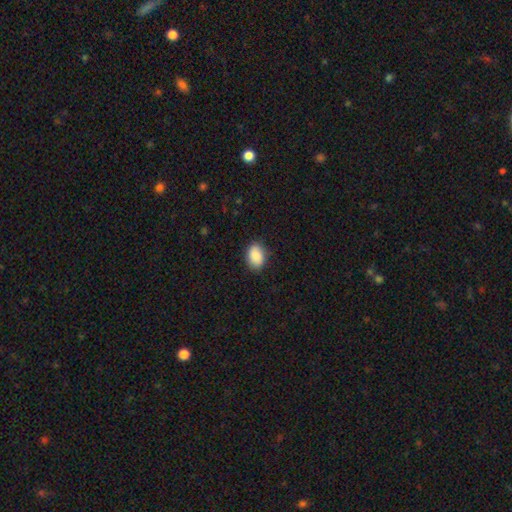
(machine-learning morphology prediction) smooth_or_featured: smooth (p=0.89) [alt: star or artifact p=0.07]
how_rounded: in between (p=0.81) [alt: round p=0.18]
merging: none (p=0.85) [alt: minor disturbance p=0.12]